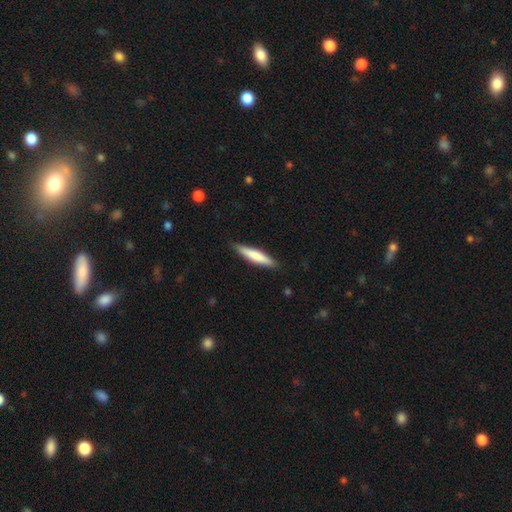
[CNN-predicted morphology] smooth-or-featured: smooth: 74% | featured or disk: 21% | star or artifact: 5%
  how-rounded: cigar-shaped: 87% | in between: 12% | round: 1%
  merging: none: 87% | minor disturbance: 10% | major disturbance: 2% | merger: 1%